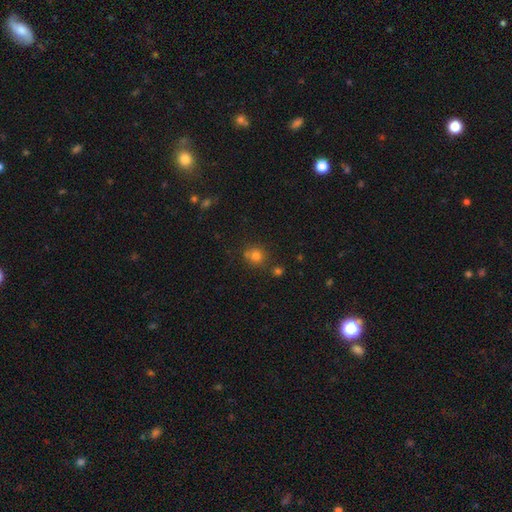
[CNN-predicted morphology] Smooth or featured: smooth — 77% (star or artifact — 15%)
How rounded: round — 90% (in between — 9%)
Merging: none — 73% (merger — 13%)